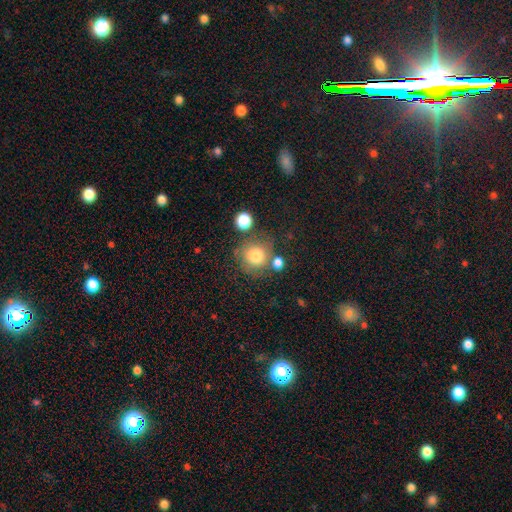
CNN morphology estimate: Overall: smooth (77%). How rounded: round (90%). Merging: none (65%).